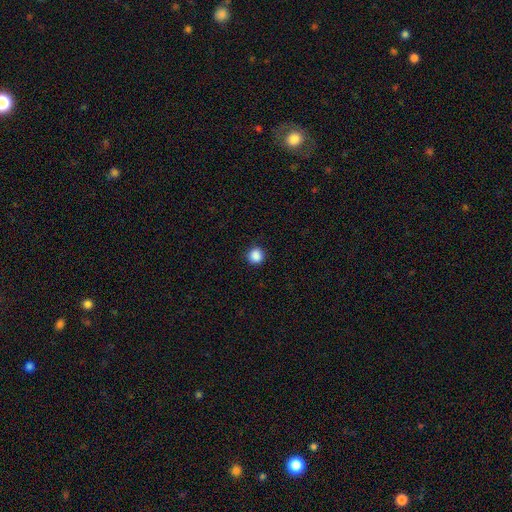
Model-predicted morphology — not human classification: Overall: smooth (88%). How rounded: round (94%). Merging: none (91%).